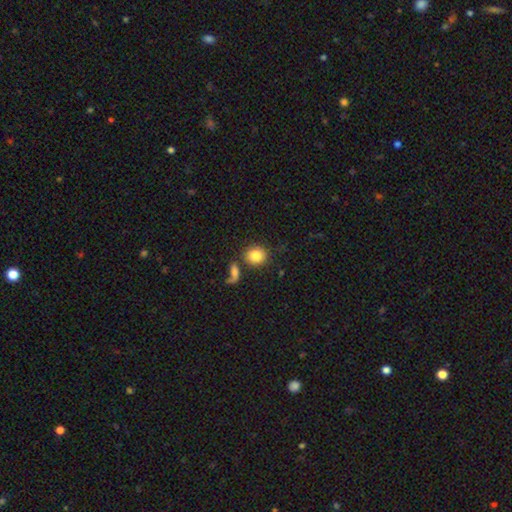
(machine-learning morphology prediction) Smooth or featured: smooth — 84% (star or artifact — 8%)
How rounded: round — 72% (in between — 26%)
Merging: none — 72% (merger — 13%)